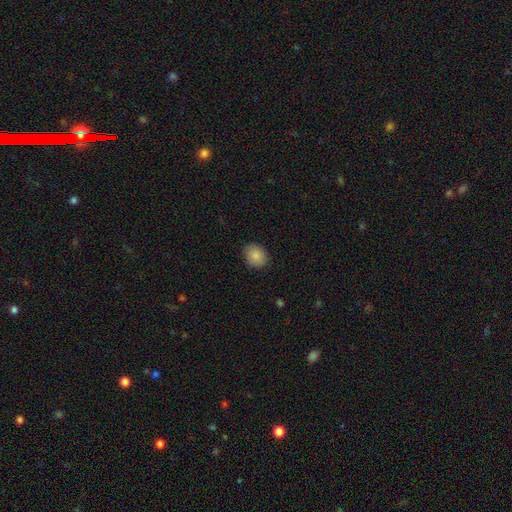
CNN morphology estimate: Smooth or featured? smooth (87%)
How rounded? round (55%)
Merging? none (86%)